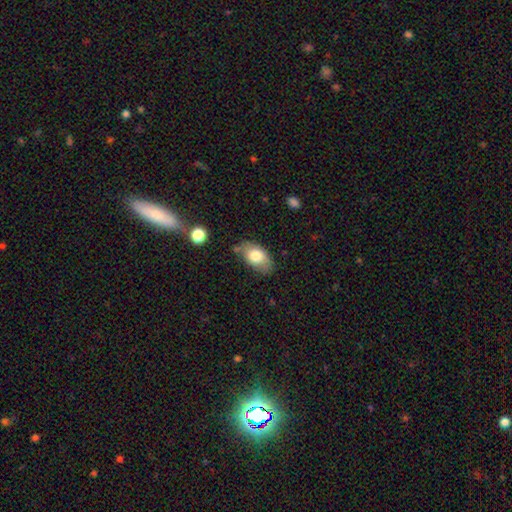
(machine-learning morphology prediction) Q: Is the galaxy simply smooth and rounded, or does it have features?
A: smooth — 77%.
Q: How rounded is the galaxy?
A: in between — 90%.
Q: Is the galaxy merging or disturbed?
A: none — 62%.